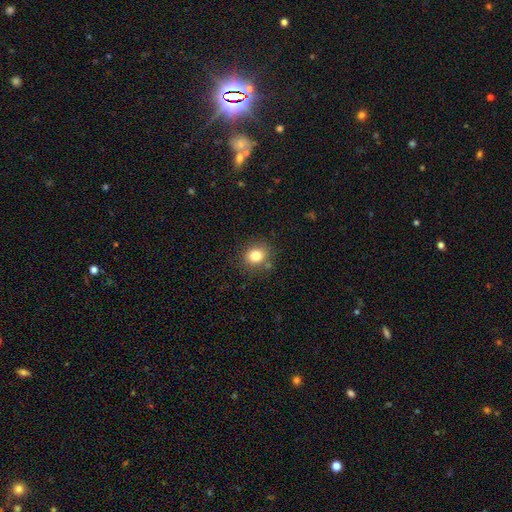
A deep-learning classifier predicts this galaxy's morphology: This is clearly a smooth galaxy (80%). How rounded: likely round (71%). Merging: clearly none (81%).